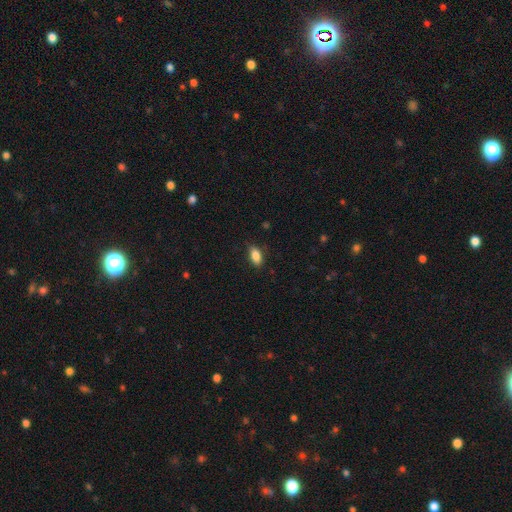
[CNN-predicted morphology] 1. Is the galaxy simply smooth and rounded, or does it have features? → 86% smooth, 8% star or artifact, 6% featured or disk.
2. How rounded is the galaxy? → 89% in between, 7% cigar-shaped, 4% round.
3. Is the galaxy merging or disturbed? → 84% none, 12% minor disturbance, 3% major disturbance, 1% merger.